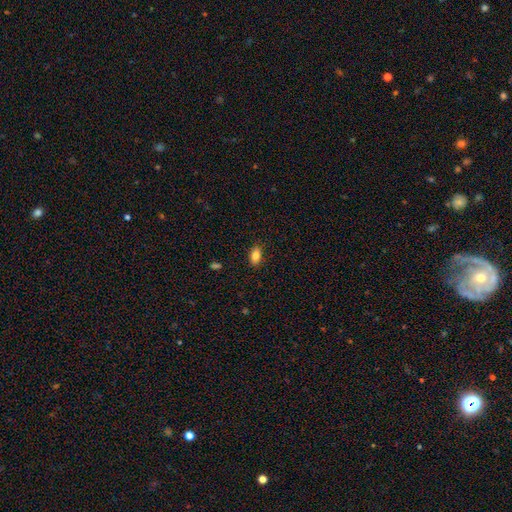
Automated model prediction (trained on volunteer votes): Overall: smooth (84%). How rounded: in between (88%). Merging: none (86%).